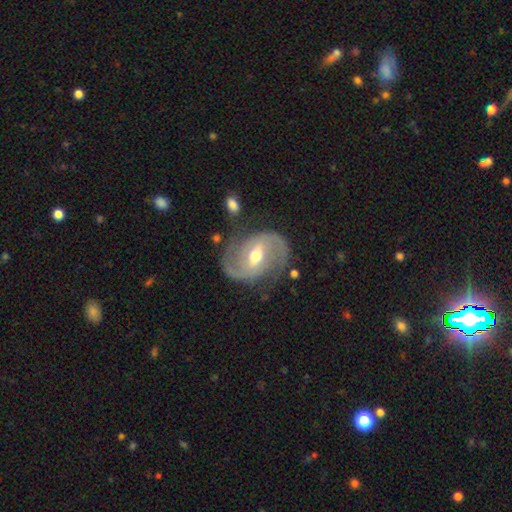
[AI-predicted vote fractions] Morphology: type=featured or disk (89%); edge-on=no (97%); bar=weak (51%); spiral arms=yes (96%); winding=medium (52%); arm count=2 (91%); bulge=moderate (72%); merging=none (73%).